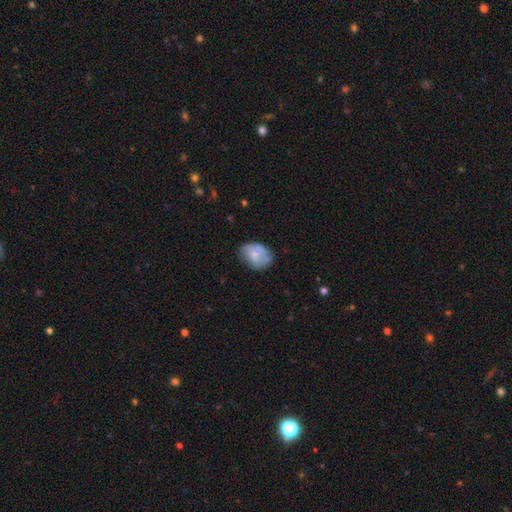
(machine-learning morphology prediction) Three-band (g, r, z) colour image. It shows a smooth galaxy with no disk features (64%) that is in between round and cigar-shaped (70%). Merging: none (58%).